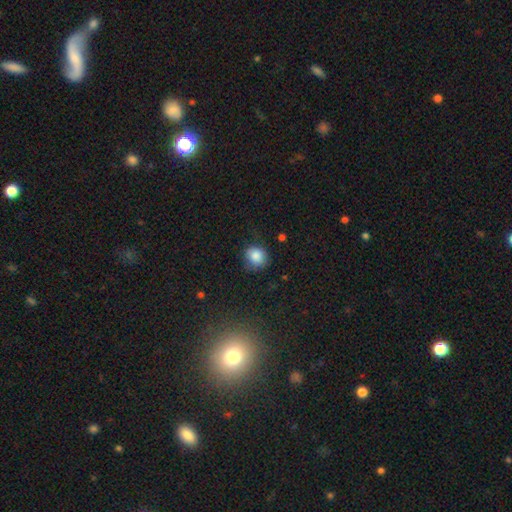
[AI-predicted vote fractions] A smooth galaxy with no disk features (84%) that is round (76%).

Vote fractions:
- Smooth or featured? smooth: 84% / star or artifact: 10% / featured or disk: 7%
- How rounded? round: 76% / in between: 23% / cigar-shaped: 1%
- Merging? none: 68% / minor disturbance: 23% / major disturbance: 7% / merger: 2%